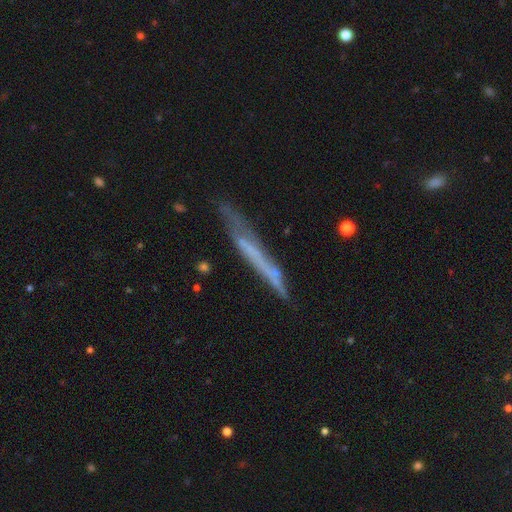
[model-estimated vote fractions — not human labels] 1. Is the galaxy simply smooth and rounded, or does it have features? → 53% featured or disk, 39% smooth, 8% star or artifact.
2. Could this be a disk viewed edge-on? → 86% yes, 14% no.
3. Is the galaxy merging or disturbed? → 69% none, 22% minor disturbance, 7% major disturbance, 3% merger.